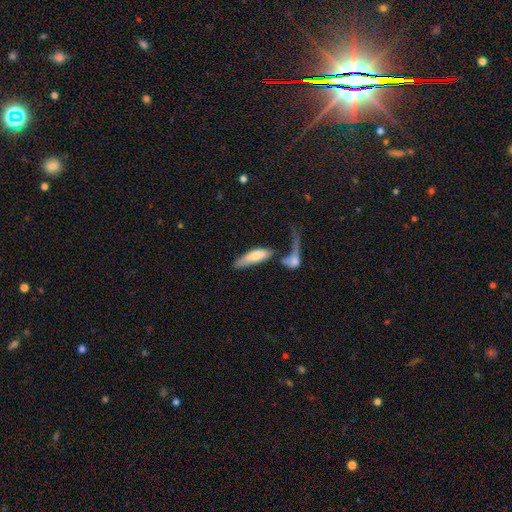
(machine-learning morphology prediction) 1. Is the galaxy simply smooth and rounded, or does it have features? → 69% smooth, 25% featured or disk, 6% star or artifact.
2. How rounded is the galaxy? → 50% cigar-shaped, 47% in between, 2% round.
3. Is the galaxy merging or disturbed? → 42% merger, 24% none, 20% major disturbance, 14% minor disturbance.